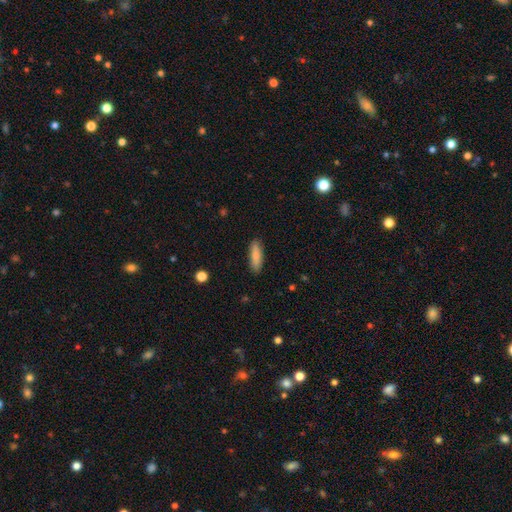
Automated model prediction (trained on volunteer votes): Q: Smooth or featured?
A: smooth (80%); runner-up: featured or disk (14%)
Q: How rounded?
A: cigar-shaped (50%); runner-up: in between (48%)
Q: Merging?
A: none (87%); runner-up: minor disturbance (10%)